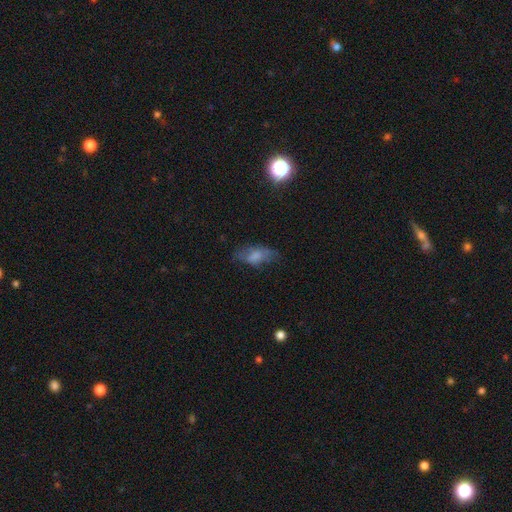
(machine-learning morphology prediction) This is likely a smooth galaxy (63%). How rounded: clearly in between (84%). Merging: possibly none (51%).